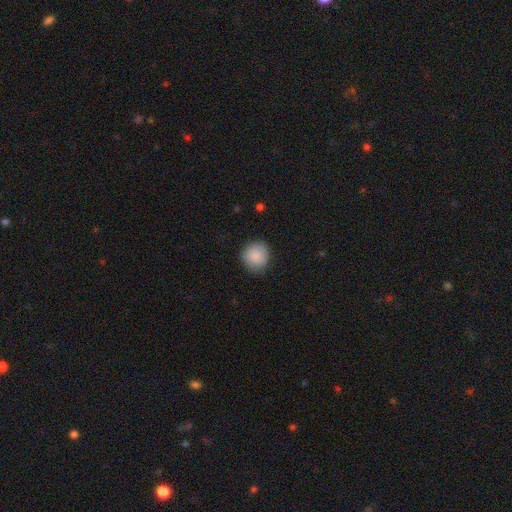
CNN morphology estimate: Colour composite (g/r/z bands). It shows a smooth galaxy with no disk features (88%) that is round (88%). Merging: none (82%).